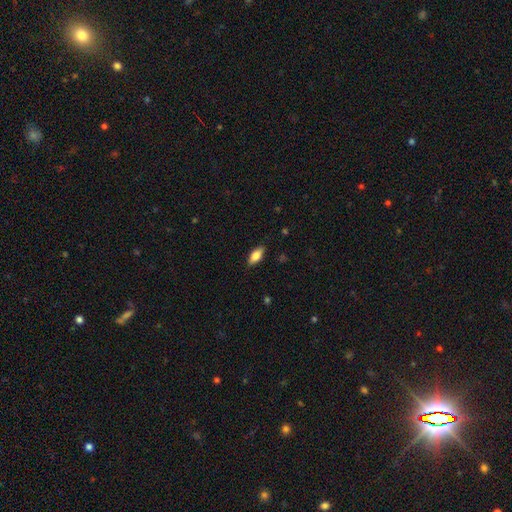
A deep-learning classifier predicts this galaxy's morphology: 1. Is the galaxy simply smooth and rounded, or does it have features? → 80% smooth, 13% featured or disk, 7% star or artifact.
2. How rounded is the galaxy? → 86% in between, 11% cigar-shaped, 3% round.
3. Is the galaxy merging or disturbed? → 86% none, 11% minor disturbance, 2% major disturbance, 1% merger.